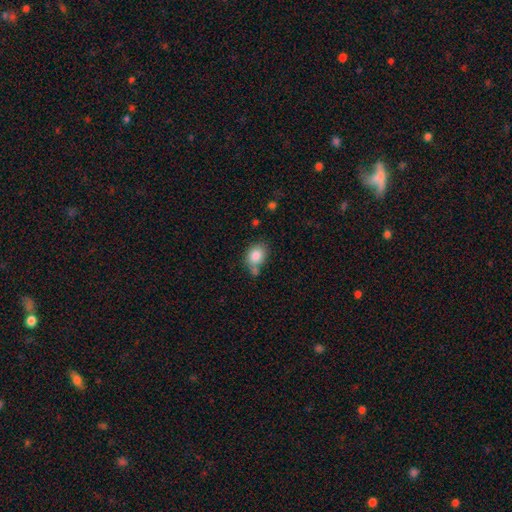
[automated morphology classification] smooth_or_featured: smooth (p=0.84) [alt: star or artifact p=0.09]
how_rounded: in between (p=0.61) [alt: round p=0.38]
merging: none (p=0.57) [alt: minor disturbance p=0.20]